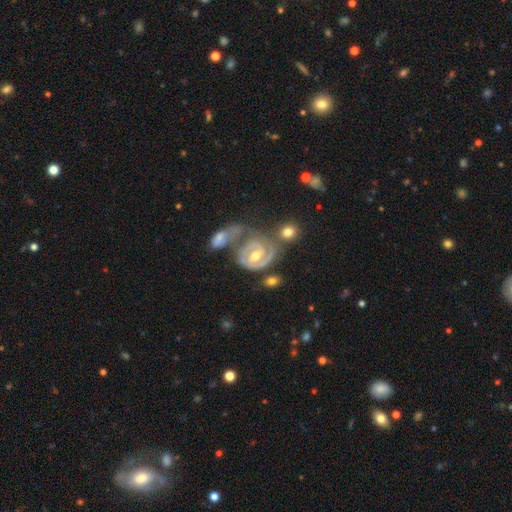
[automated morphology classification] This appears to be a featured or disk galaxy (88%) with a weak bar (45%), 2 (71%) tight (65%) spiral arms (95%) and a moderate central bulge (65%). Merging: none (41%).